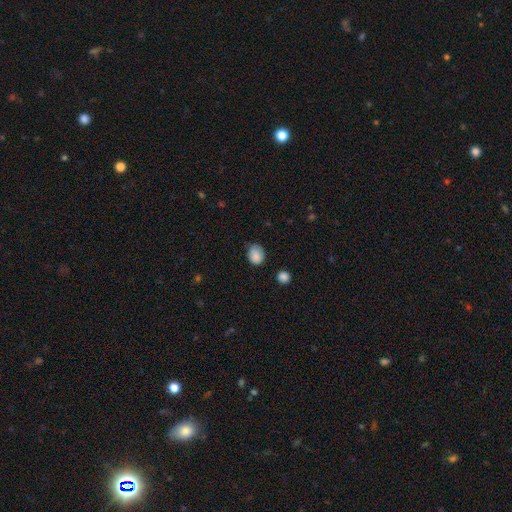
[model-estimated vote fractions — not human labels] A smooth galaxy with no disk features (85%) that is round (50%).

Vote fractions:
- Smooth or featured? smooth: 85% / star or artifact: 9% / featured or disk: 6%
- How rounded? round: 50% / in between: 49% / cigar-shaped: 1%
- Merging? none: 64% / minor disturbance: 29% / major disturbance: 6% / merger: 2%